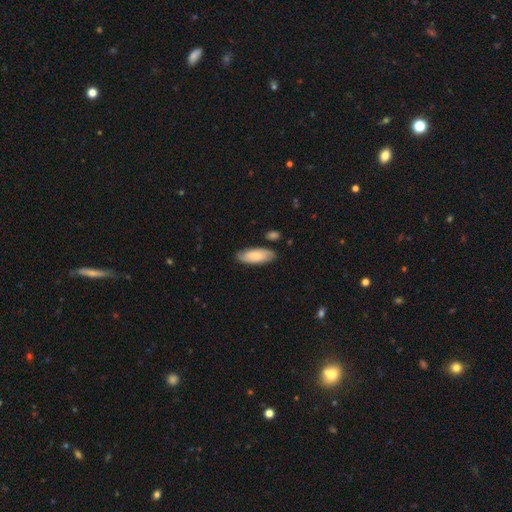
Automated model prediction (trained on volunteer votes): A smooth galaxy with no disk features (74%) that is in between round and cigar-shaped (75%). Merging: none (81%).